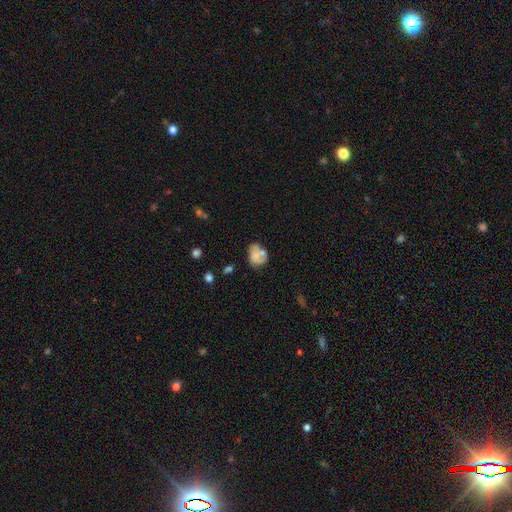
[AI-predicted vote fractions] Smooth or featured?
  - smooth: 63% *
  - featured or disk: 27%
  - star or artifact: 10%
How rounded?
  - in between: 62% *
  - round: 36%
  - cigar-shaped: 1%
Merging?
  - none: 39% *
  - minor disturbance: 25%
  - merger: 24%
  - major disturbance: 12%